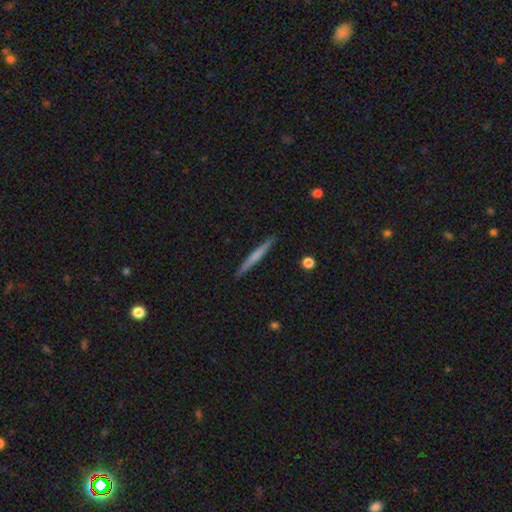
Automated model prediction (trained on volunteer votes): smooth-or-featured: smooth: 55% | featured or disk: 40% | star or artifact: 5%
  how-rounded: cigar-shaped: 96% | in between: 2% | round: 1%
  merging: none: 91% | minor disturbance: 6% | major disturbance: 1% | merger: 1%